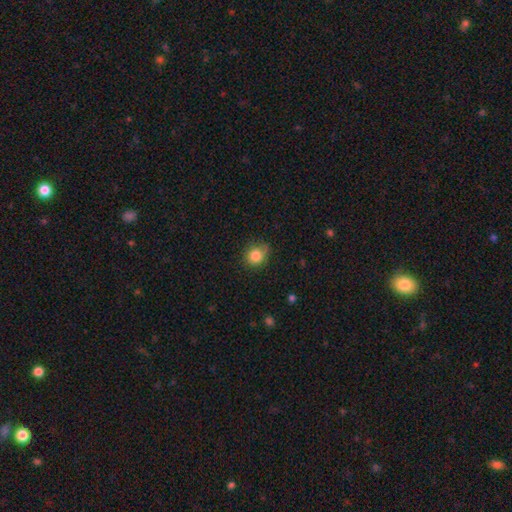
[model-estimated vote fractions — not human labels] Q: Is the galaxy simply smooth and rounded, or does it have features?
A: smooth — 84%.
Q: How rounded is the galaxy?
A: round — 77%.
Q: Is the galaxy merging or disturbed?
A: none — 73%.